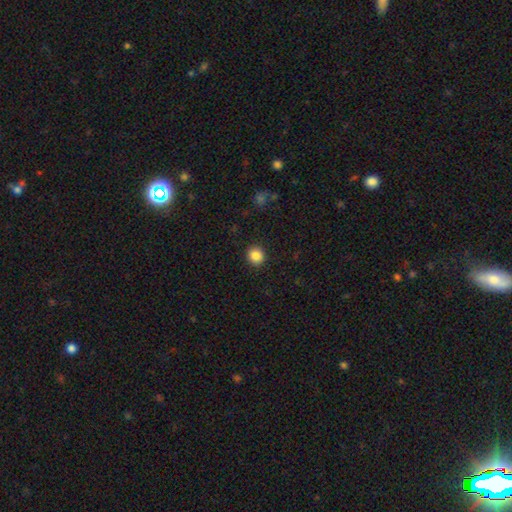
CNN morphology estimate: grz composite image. It shows a smooth galaxy with no disk features (87%) that is round (88%). Merging: none (92%).